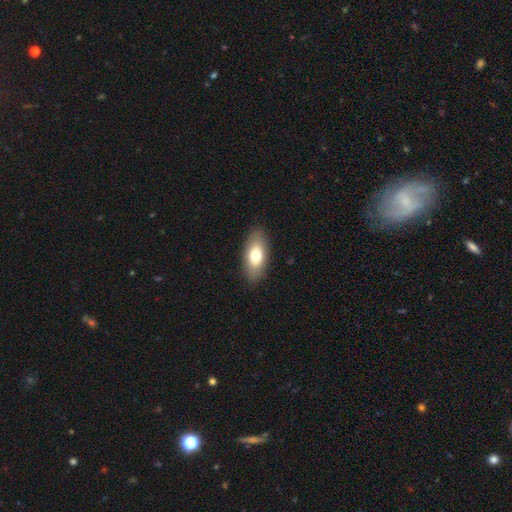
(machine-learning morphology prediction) A smooth galaxy with no disk features (72%) that is in between round and cigar-shaped (88%). Merging: none (87%).